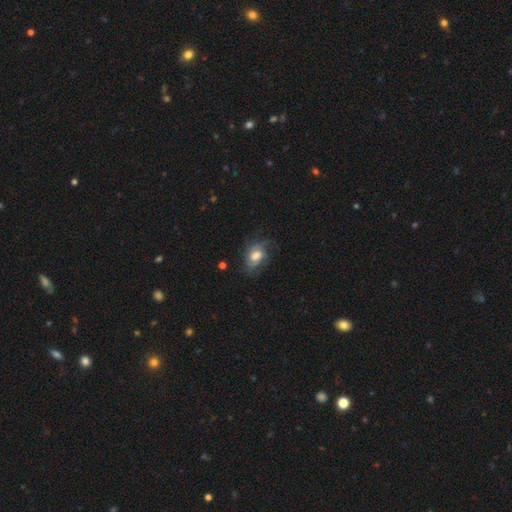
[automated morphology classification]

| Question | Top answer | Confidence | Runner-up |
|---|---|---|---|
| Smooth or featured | featured or disk | 49% | smooth (41%) |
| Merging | none | 56% | minor disturbance (25%) |